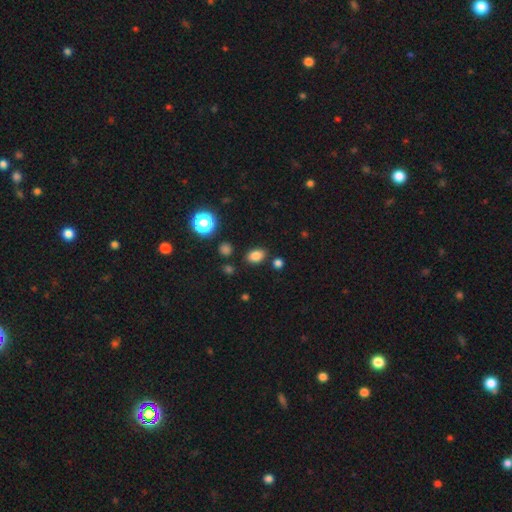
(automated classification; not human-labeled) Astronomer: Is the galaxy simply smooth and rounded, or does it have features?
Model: smooth — 83%.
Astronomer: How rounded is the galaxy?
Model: in between — 77%.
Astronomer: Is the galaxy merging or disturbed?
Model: none — 83%.